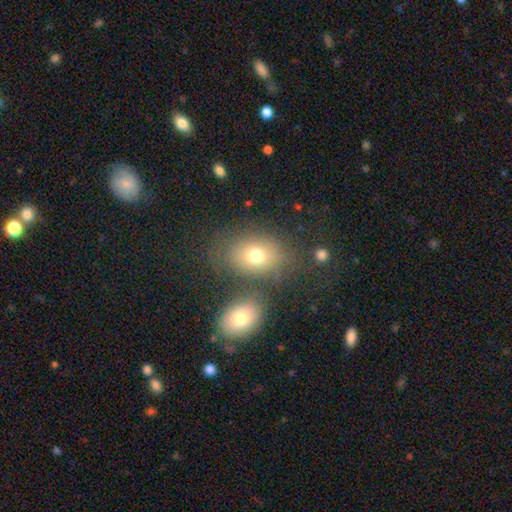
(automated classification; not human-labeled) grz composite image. It shows a smooth galaxy with no disk features (72%) that is in between round and cigar-shaped (67%). Merging: none (62%).